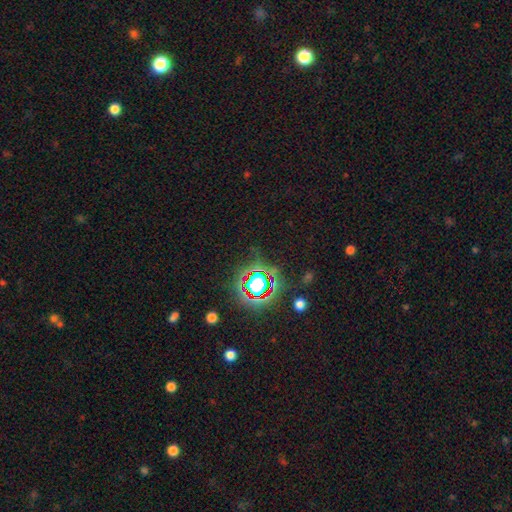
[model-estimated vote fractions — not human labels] smooth-or-featured: star or artifact: 74% | smooth: 17% | featured or disk: 9%